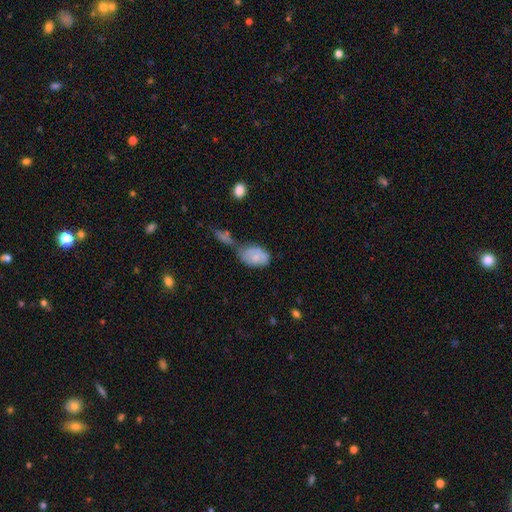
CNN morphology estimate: Smooth or featured?
  - smooth: 68% *
  - featured or disk: 25%
  - star or artifact: 7%
How rounded?
  - in between: 89% *
  - round: 9%
  - cigar-shaped: 2%
Merging?
  - merger: 39% *
  - none: 28%
  - minor disturbance: 21%
  - major disturbance: 12%